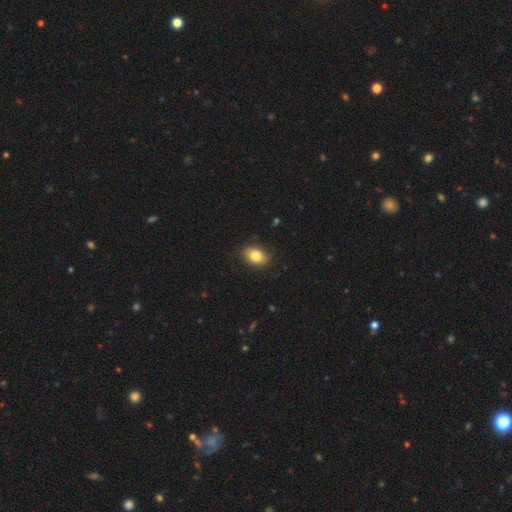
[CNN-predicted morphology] Smooth or featured? smooth (82%)
How rounded? in between (80%)
Merging? none (83%)